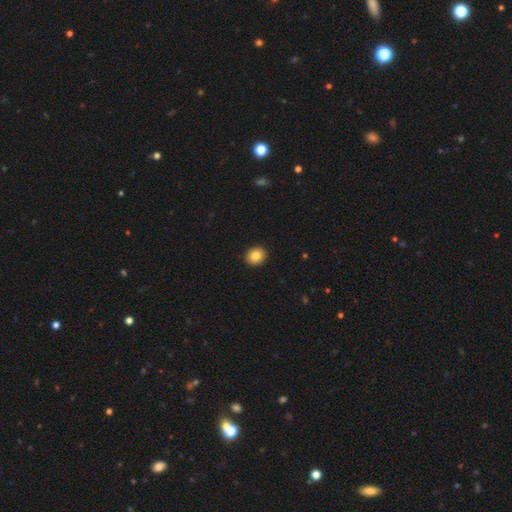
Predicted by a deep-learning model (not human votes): A smooth galaxy with no disk features (85%) that is round (69%). Merging: none (92%).